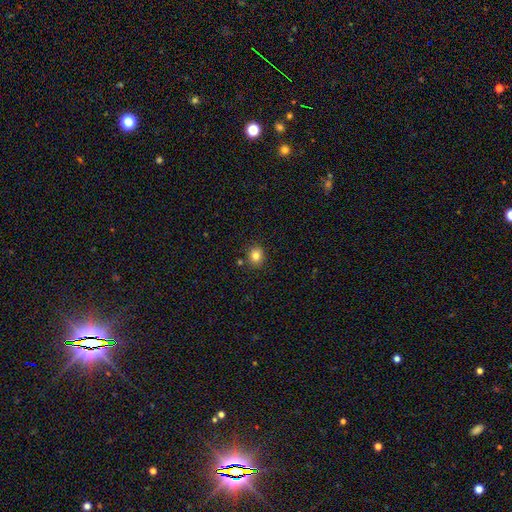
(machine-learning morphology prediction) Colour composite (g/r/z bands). It shows a smooth galaxy with no disk features (82%) that is round (78%). Merging: none (84%).